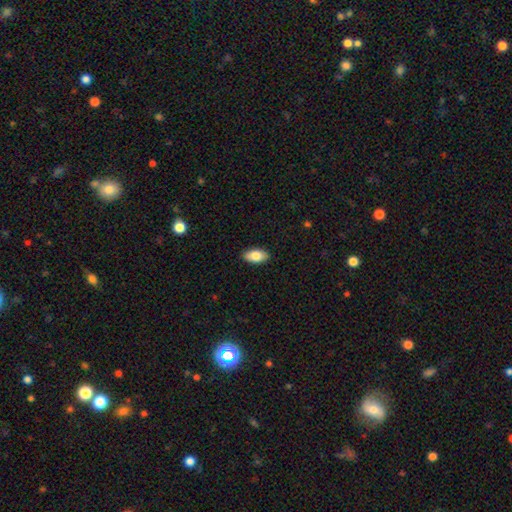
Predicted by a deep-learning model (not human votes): This appears to be a smooth galaxy with no disk features (82%) that is in between round and cigar-shaped (93%). Merging: none (90%).